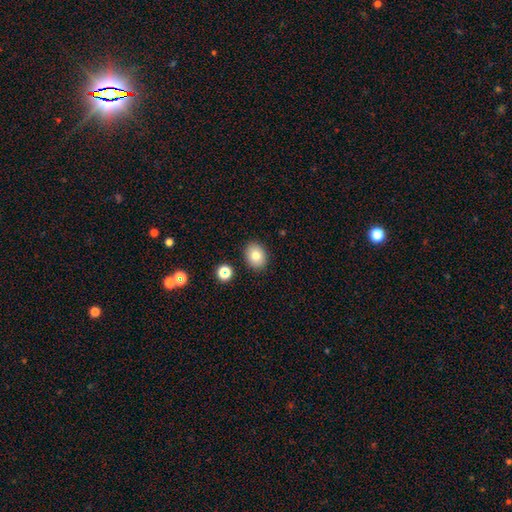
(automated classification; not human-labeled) Smooth or featured? smooth (80%)
How rounded? in between (54%)
Merging? none (87%)